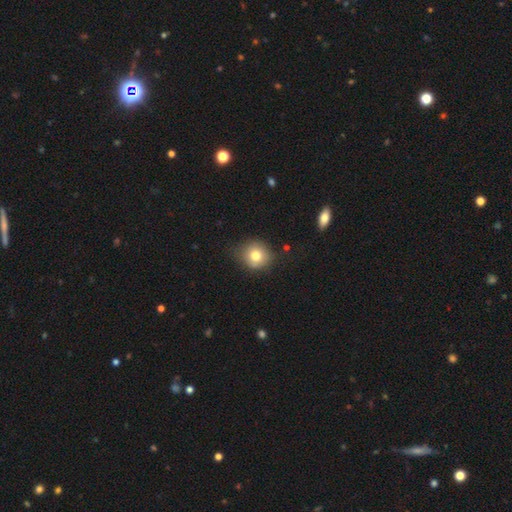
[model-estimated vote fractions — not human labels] smooth-or-featured: smooth: 77% | featured or disk: 12% | star or artifact: 11%
  how-rounded: round: 84% | in between: 15% | cigar-shaped: 1%
  merging: none: 76% | minor disturbance: 18% | major disturbance: 4% | merger: 2%